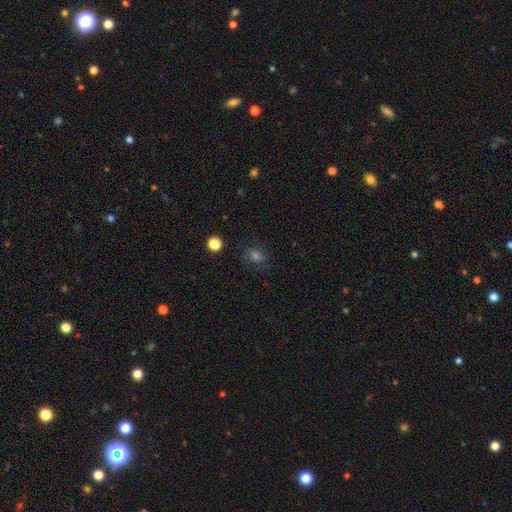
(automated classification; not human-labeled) Smooth or featured: smooth — 65% (star or artifact — 26%)
How rounded: round — 58% (in between — 41%)
Merging: none — 80% (minor disturbance — 14%)